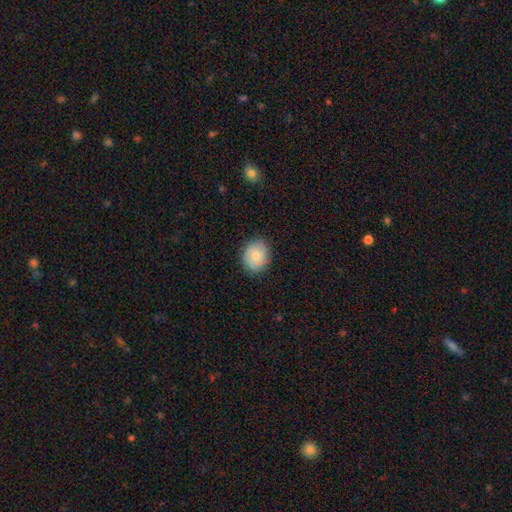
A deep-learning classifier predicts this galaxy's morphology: A smooth galaxy with no disk features (77%) that is round (64%).

Vote fractions:
- Smooth or featured? smooth: 77% / featured or disk: 16% / star or artifact: 7%
- How rounded? round: 64% / in between: 35% / cigar-shaped: 1%
- Merging? none: 85% / minor disturbance: 12% / major disturbance: 3% / merger: 1%